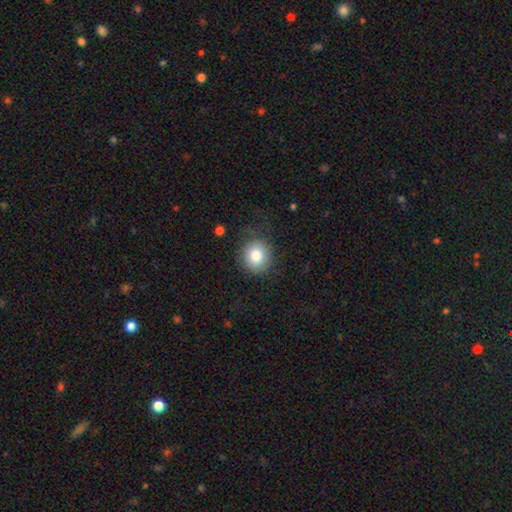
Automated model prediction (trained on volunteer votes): This is clearly a smooth galaxy (81%). How rounded: clearly round (85%). Merging: likely none (75%).